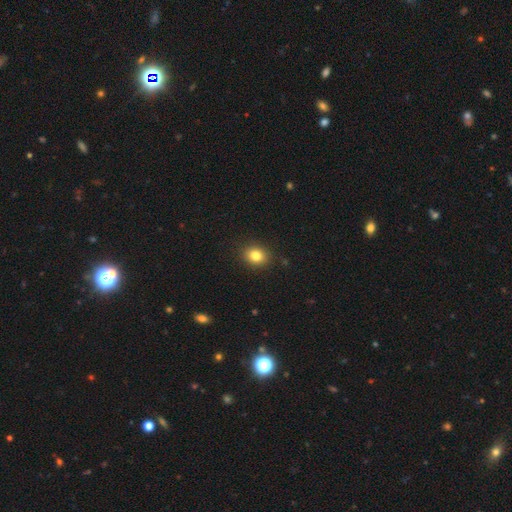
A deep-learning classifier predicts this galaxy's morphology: A smooth galaxy with no disk features (83%) that is round (54%). Merging: none (89%).